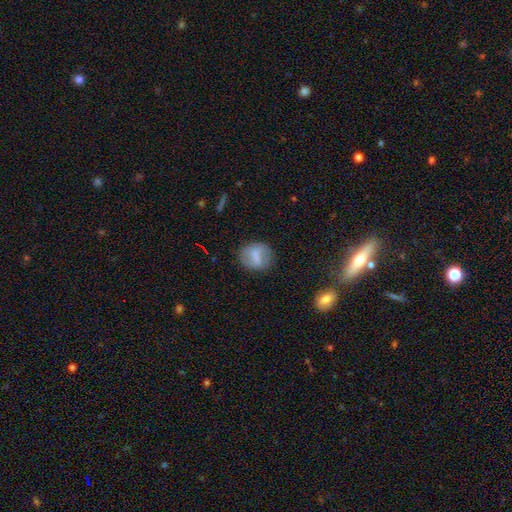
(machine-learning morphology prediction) A smooth galaxy with no disk features (60%) that is round (63%). Merging: none (77%).